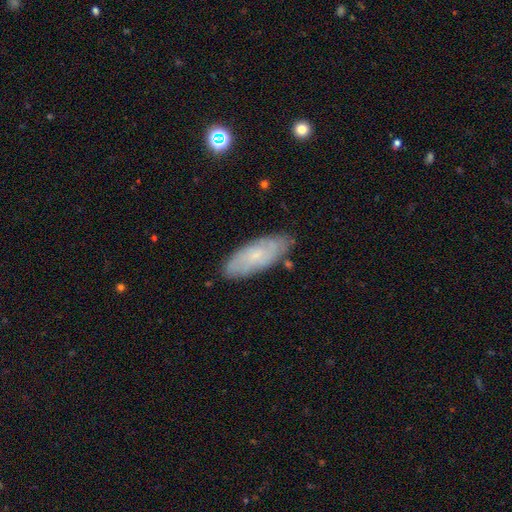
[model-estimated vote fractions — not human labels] smooth_or_featured: smooth (p=0.48) [alt: featured or disk p=0.44]
merging: none (p=0.80) [alt: minor disturbance p=0.16]